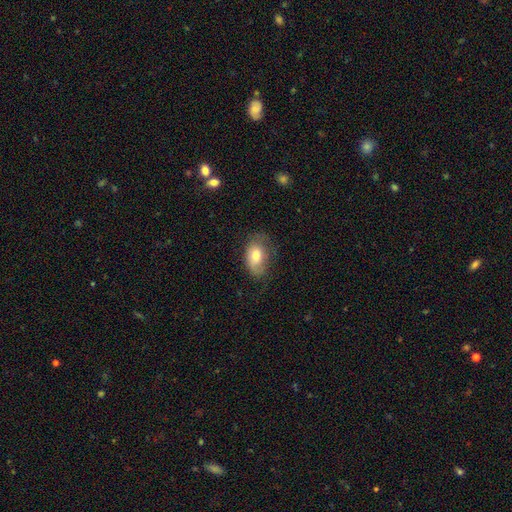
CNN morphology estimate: Q: Smooth or featured?
A: smooth (71%); runner-up: featured or disk (22%)
Q: How rounded?
A: in between (88%); runner-up: round (10%)
Q: Merging?
A: none (53%); runner-up: minor disturbance (31%)